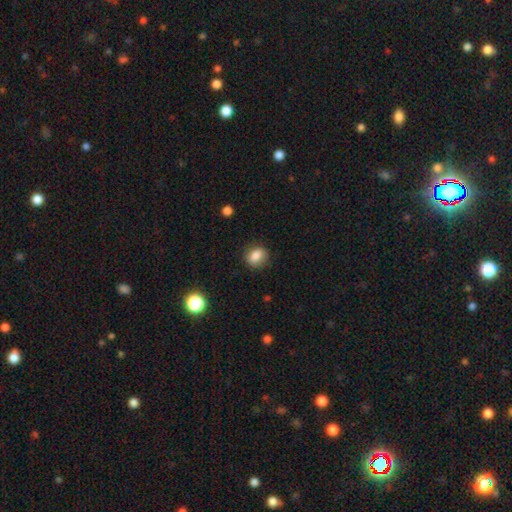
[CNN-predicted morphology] A smooth galaxy with no disk features (85%) that is in between round and cigar-shaped (52%). Merging: none (82%).